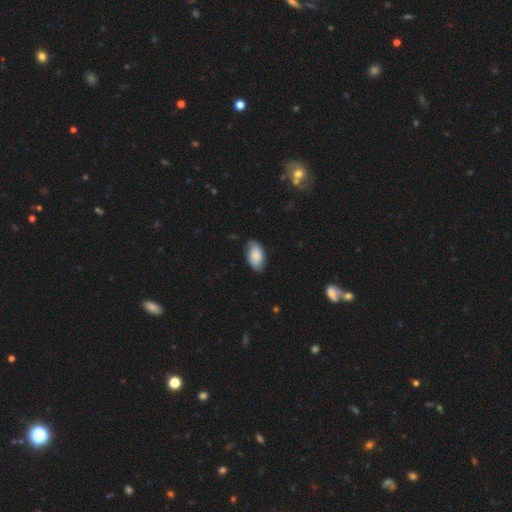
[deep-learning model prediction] Smooth or featured: smooth — 77% (featured or disk — 16%)
How rounded: in between — 94% (round — 5%)
Merging: none — 69% (minor disturbance — 25%)